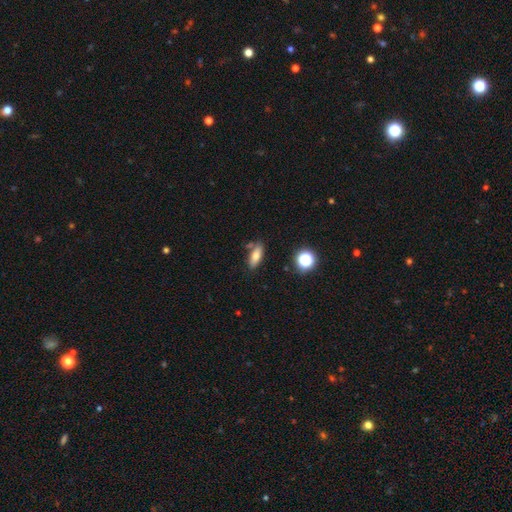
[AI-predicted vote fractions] The model was most divided on "how rounded": in between: 67%, cigar-shaped: 27%, round: 5%. More confident: smooth or featured — smooth (75%); merging — none (74%).